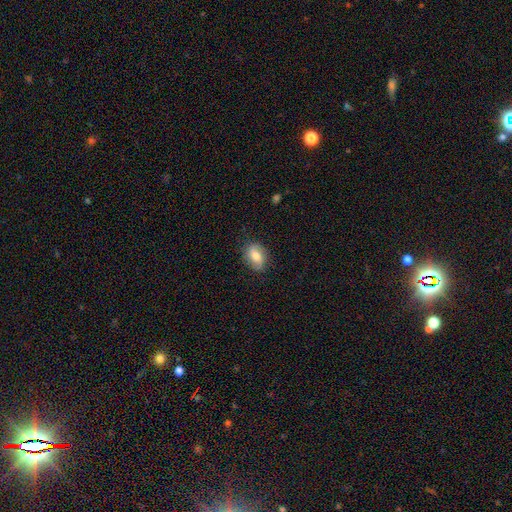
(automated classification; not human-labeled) The model was most divided on "smooth or featured": smooth: 59%, featured or disk: 34%, star or artifact: 8%. More confident: merging — none (82%); how rounded — in between (78%).